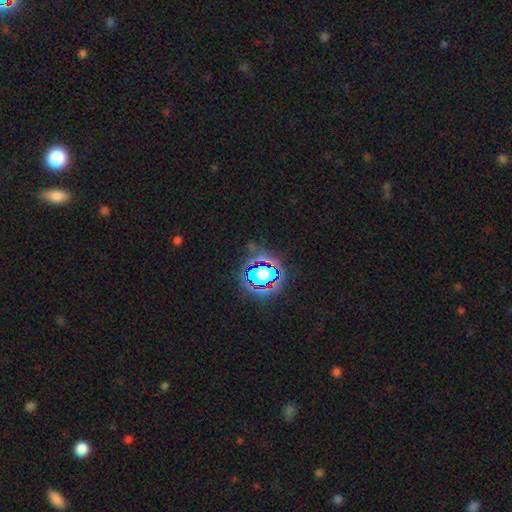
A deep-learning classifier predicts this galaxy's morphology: A star or artifact, not a galaxy (79%).